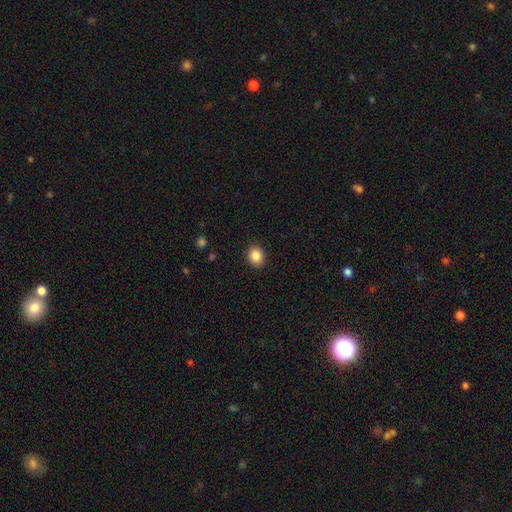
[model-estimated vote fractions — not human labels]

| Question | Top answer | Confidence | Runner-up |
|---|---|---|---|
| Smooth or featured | smooth | 87% | star or artifact (9%) |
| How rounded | round | 56% | in between (43%) |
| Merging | none | 90% | minor disturbance (7%) |